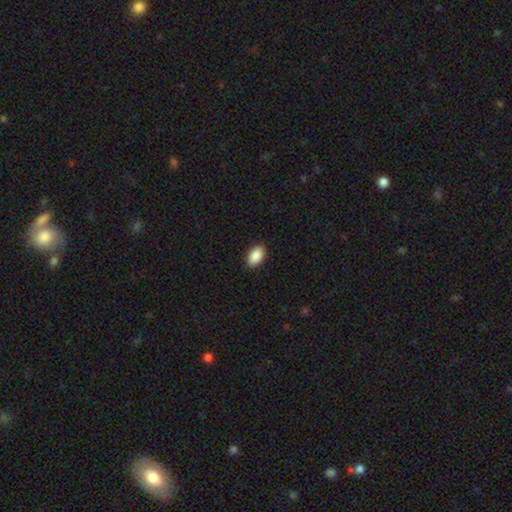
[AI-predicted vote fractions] Smooth or featured? smooth (90%)
How rounded? in between (93%)
Merging? none (89%)